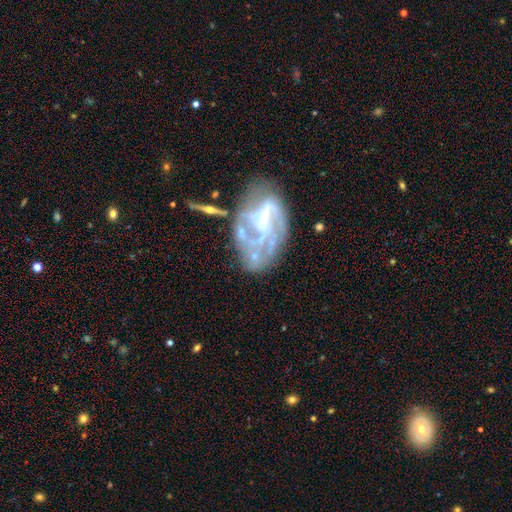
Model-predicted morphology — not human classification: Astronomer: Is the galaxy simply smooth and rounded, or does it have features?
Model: featured or disk — 74%.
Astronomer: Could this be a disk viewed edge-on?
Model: no — 97%.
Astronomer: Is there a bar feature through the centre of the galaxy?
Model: no — 52% (runner-up: weak, 32%).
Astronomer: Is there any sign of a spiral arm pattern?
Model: yes — 55% (runner-up: no, 45%).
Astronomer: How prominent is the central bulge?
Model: none — 42% (runner-up: small, 31%).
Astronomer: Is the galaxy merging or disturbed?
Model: major disturbance — 35% (runner-up: none, 29%).